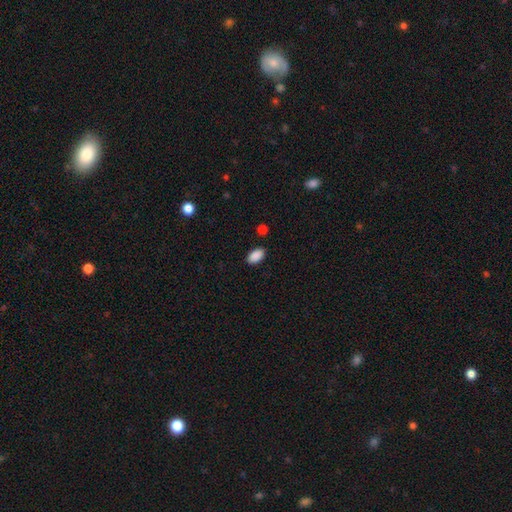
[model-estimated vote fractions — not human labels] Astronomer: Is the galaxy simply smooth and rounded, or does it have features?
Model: smooth — 90%.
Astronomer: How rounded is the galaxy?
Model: in between — 94%.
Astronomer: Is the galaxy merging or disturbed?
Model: none — 87%.